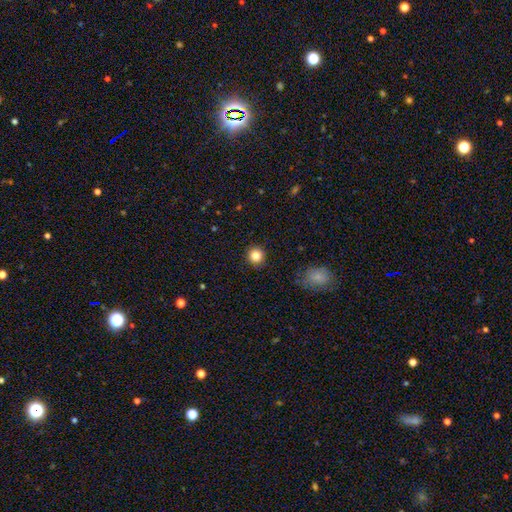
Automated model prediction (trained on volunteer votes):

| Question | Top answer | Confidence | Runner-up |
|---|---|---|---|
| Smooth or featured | smooth | 84% | star or artifact (11%) |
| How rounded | round | 93% | in between (6%) |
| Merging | none | 91% | minor disturbance (6%) |